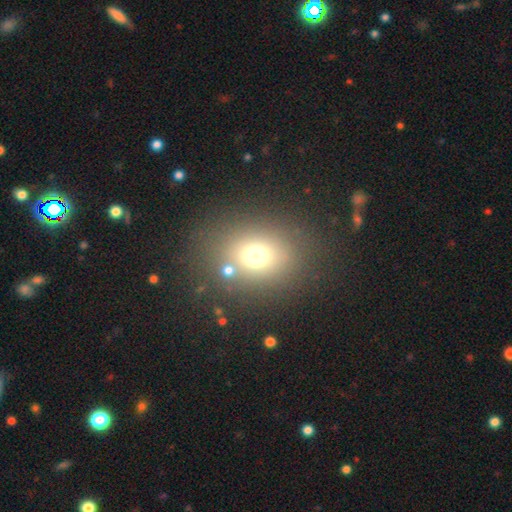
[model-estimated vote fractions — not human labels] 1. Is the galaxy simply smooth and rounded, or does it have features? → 69% smooth, 20% star or artifact, 11% featured or disk.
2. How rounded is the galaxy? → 57% round, 42% in between, 1% cigar-shaped.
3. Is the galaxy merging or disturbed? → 76% none, 10% minor disturbance, 7% merger, 6% major disturbance.